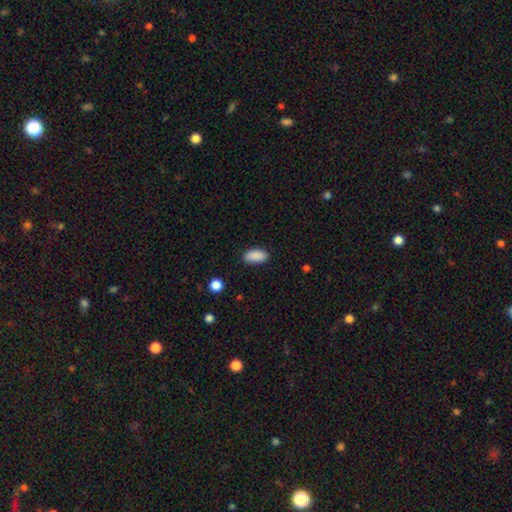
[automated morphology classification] Smooth or featured?
  - smooth: 90% *
  - star or artifact: 7%
  - featured or disk: 3%
How rounded?
  - in between: 93% *
  - cigar-shaped: 4%
  - round: 3%
Merging?
  - none: 86% *
  - minor disturbance: 10%
  - major disturbance: 2%
  - merger: 1%